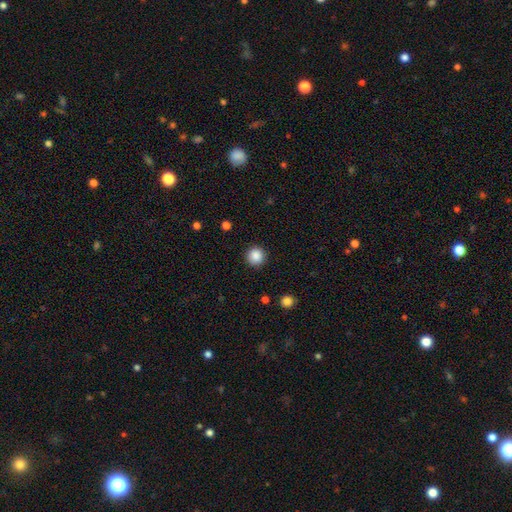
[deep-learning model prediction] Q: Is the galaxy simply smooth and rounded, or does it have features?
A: smooth — 88%.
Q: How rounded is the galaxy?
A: round — 95%.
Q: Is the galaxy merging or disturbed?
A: none — 92%.